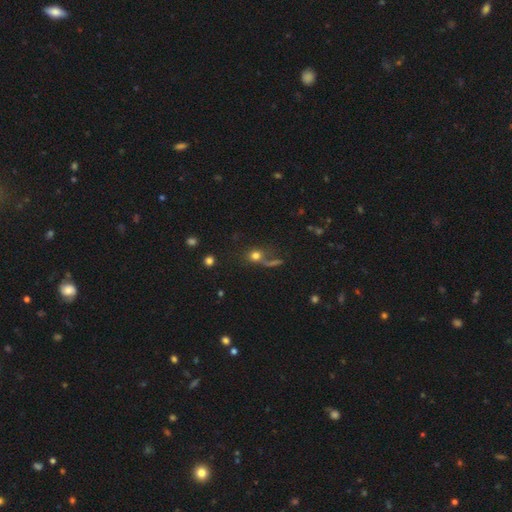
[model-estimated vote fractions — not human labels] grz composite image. It shows a smooth galaxy with no disk features (70%) that is round (80%). Merging: none (50%).